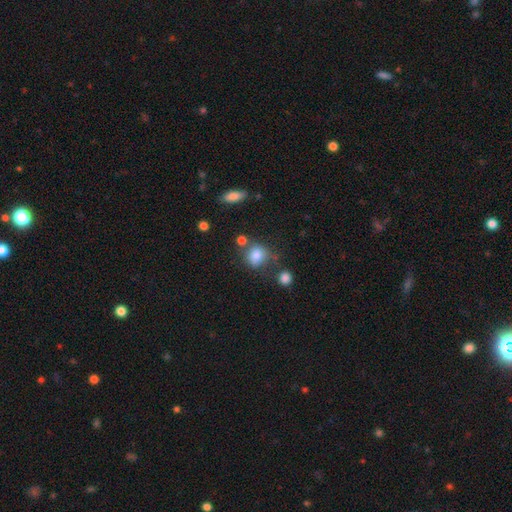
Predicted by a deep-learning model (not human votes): Overall: smooth (81%). How rounded: round (67%; in between 31%). Merging: none (57%; minor disturbance 21%).